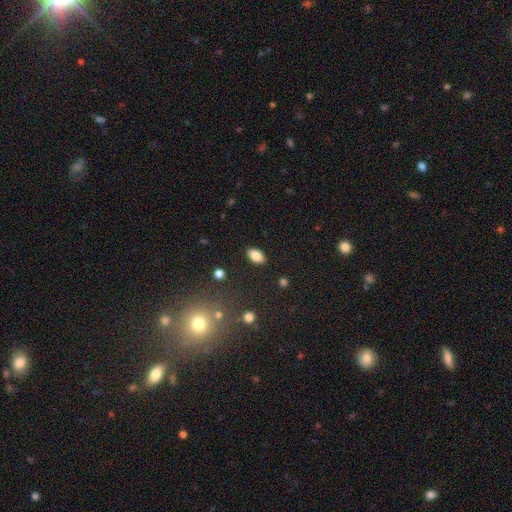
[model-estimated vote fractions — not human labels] smooth_or_featured: smooth (p=0.83) [alt: star or artifact p=0.09]
how_rounded: in between (p=0.92) [alt: round p=0.06]
merging: none (p=0.88) [alt: minor disturbance p=0.08]